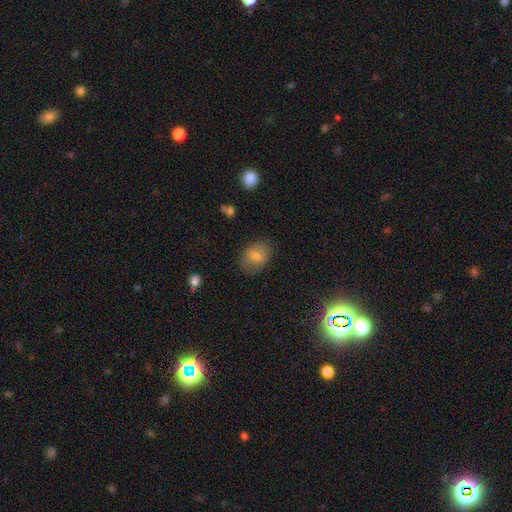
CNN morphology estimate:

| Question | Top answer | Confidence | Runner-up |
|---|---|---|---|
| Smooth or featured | smooth | 68% | featured or disk (19%) |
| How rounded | in between | 70% | round (28%) |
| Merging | none | 78% | minor disturbance (15%) |